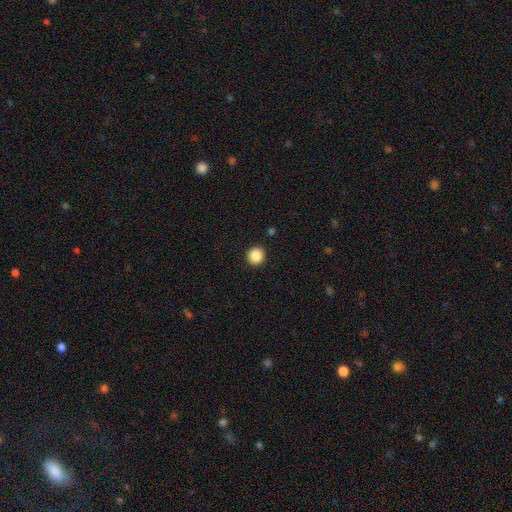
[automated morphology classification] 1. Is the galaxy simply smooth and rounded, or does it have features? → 87% smooth, 9% star or artifact, 3% featured or disk.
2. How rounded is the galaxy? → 93% round, 6% in between, 1% cigar-shaped.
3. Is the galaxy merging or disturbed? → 92% none, 5% minor disturbance, 2% major disturbance, 1% merger.